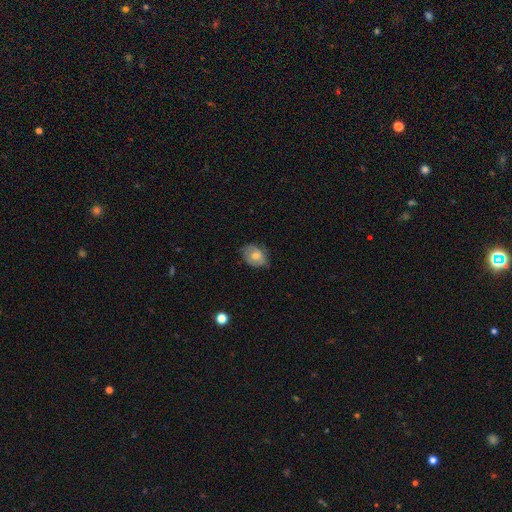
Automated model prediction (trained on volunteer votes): smooth_or_featured: smooth (p=0.58) [alt: featured or disk p=0.34]
how_rounded: in between (p=0.63) [alt: round p=0.36]
merging: none (p=0.66) [alt: minor disturbance p=0.27]